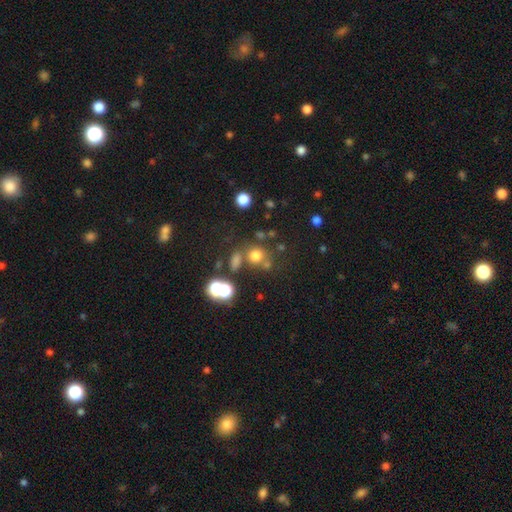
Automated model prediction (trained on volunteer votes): Smooth or featured?
  - smooth: 68% *
  - star or artifact: 22%
  - featured or disk: 11%
How rounded?
  - round: 82% *
  - in between: 16%
  - cigar-shaped: 1%
Merging?
  - none: 60% *
  - merger: 21%
  - minor disturbance: 12%
  - major disturbance: 7%